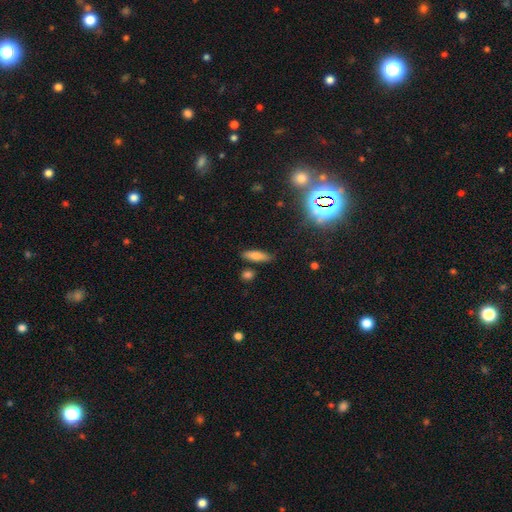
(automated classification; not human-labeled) This appears to be a smooth galaxy with no disk features (73%) that is cigar-shaped (55%). Merging: none (82%).